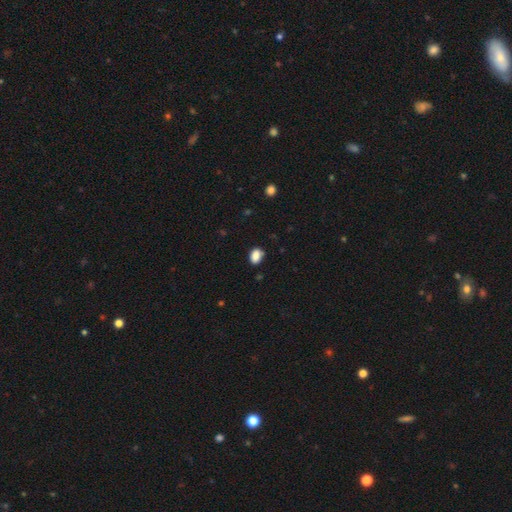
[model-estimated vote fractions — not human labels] The model was most divided on "how rounded": in between: 80%, round: 19%, cigar-shaped: 1%. More confident: smooth or featured — smooth (87%); merging — none (79%).